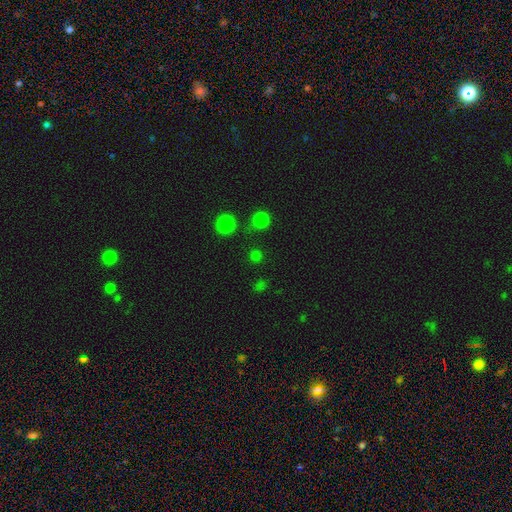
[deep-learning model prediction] Q: Smooth or featured?
A: smooth (72%); runner-up: star or artifact (24%)
Q: How rounded?
A: round (92%); runner-up: in between (7%)
Q: Merging?
A: none (83%); runner-up: minor disturbance (7%)